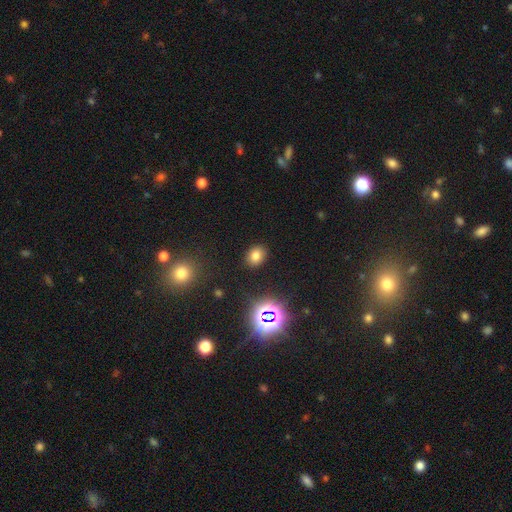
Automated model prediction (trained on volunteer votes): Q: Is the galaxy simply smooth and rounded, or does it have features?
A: smooth — 73%.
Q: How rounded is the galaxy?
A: in between — 55%.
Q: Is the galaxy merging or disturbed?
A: none — 88%.